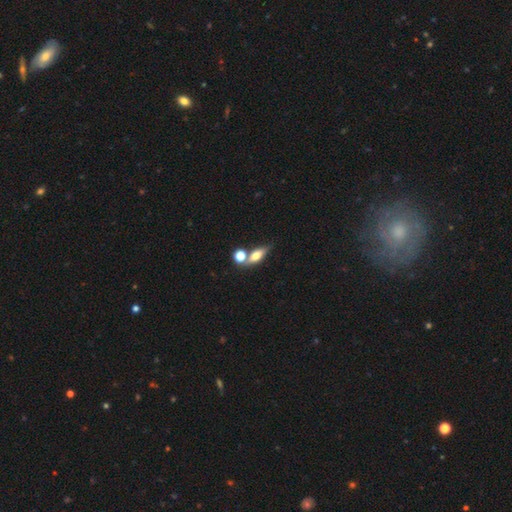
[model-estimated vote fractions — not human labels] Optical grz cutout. It shows a smooth galaxy with no disk features (65%) that is in between round and cigar-shaped (62%). Merging: none (50%).